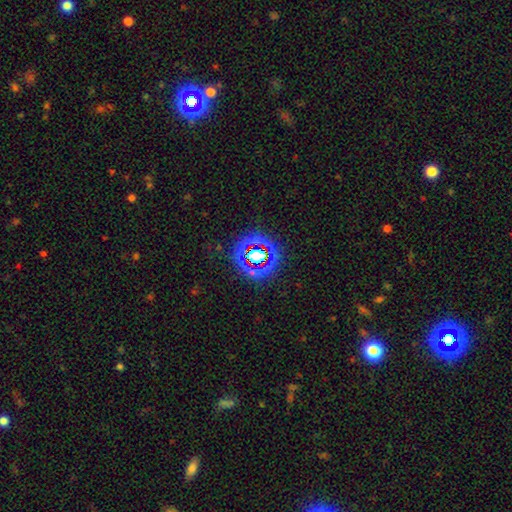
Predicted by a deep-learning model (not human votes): This is likely a star or artifact rather than a galaxy (62%).